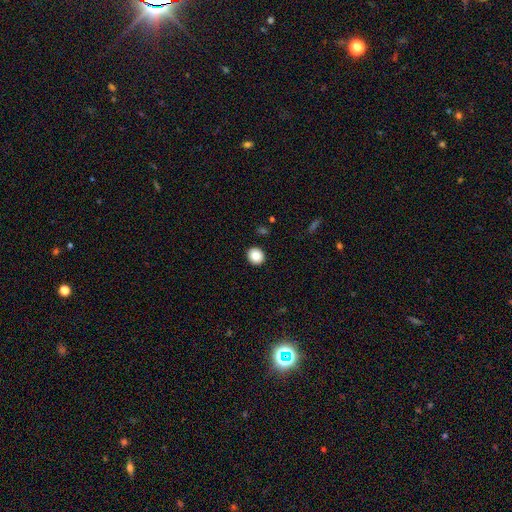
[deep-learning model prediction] Smooth or featured: smooth — 87% (star or artifact — 9%)
How rounded: round — 84% (in between — 15%)
Merging: none — 92% (minor disturbance — 5%)